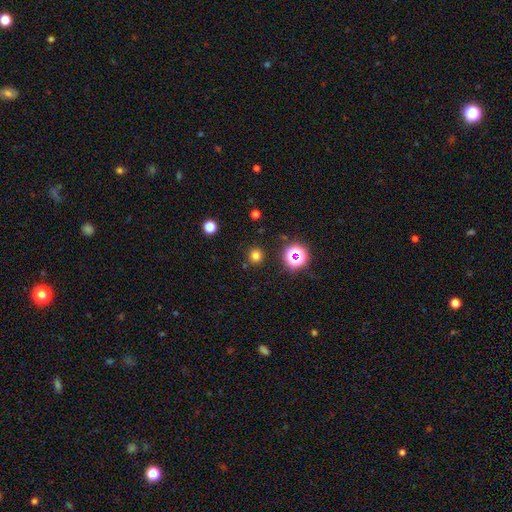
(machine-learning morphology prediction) This is likely a smooth galaxy (73%). How rounded: clearly round (93%). Merging: clearly none (88%).